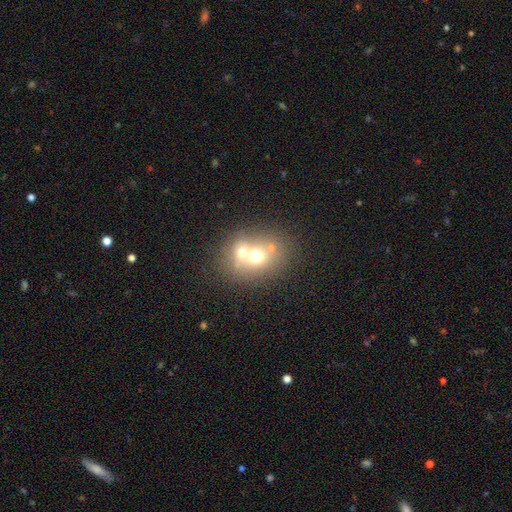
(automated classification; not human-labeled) Smooth or featured? smooth (61%)
How rounded? round (62%)
Merging? merger (56%)